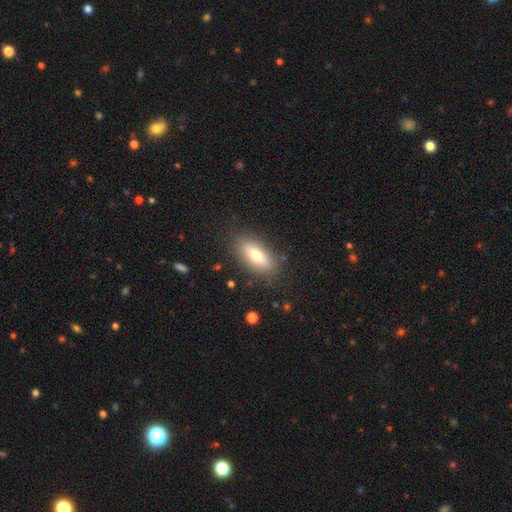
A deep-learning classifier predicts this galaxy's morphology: Smooth or featured? Predicted: smooth (p=0.63). How rounded? Predicted: in between (p=0.73). Merging? Predicted: none (p=0.84).